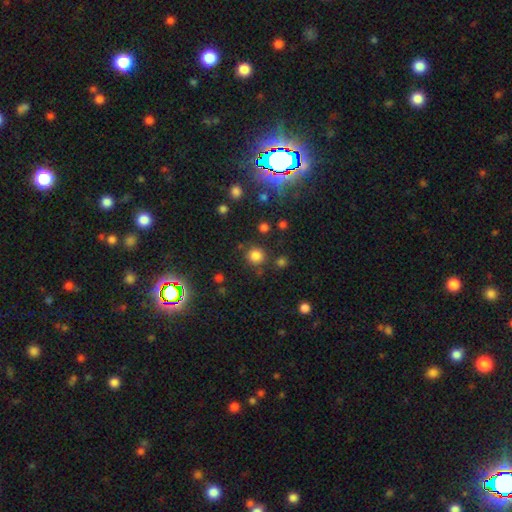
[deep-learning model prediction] The model was most divided on "smooth or featured": smooth: 80%, star or artifact: 15%, featured or disk: 5%. More confident: how rounded — round (91%); merging — none (84%).